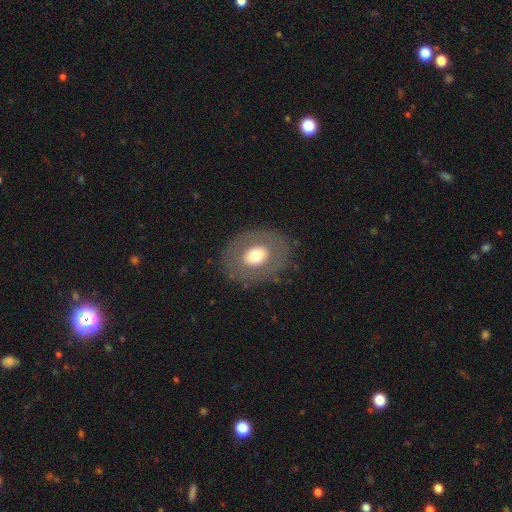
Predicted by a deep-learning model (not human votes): Morphology: type=smooth (56%); roundness=in between (61%); merging=none (81%).